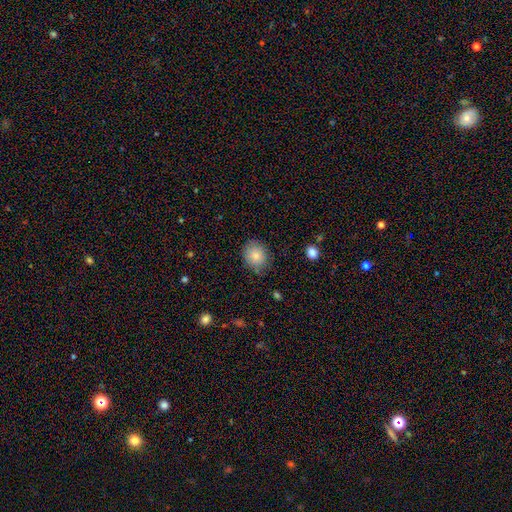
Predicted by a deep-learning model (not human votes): This is clearly a smooth galaxy (85%). How rounded: likely round (61%). Merging: likely none (78%).